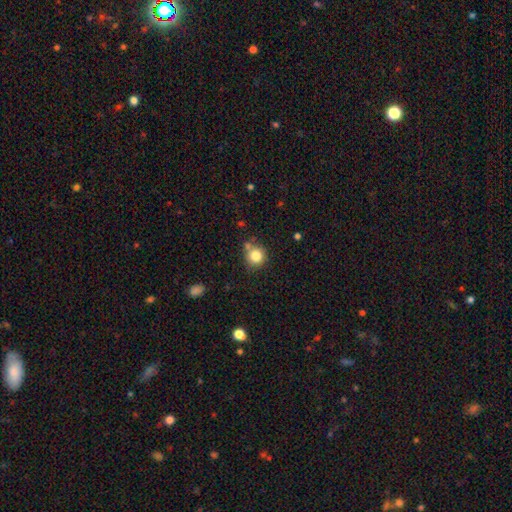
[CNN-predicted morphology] Smooth or featured?
  - smooth: 82% *
  - star or artifact: 11%
  - featured or disk: 7%
How rounded?
  - round: 91% *
  - in between: 8%
  - cigar-shaped: 1%
Merging?
  - none: 70% *
  - merger: 14%
  - minor disturbance: 12%
  - major disturbance: 4%